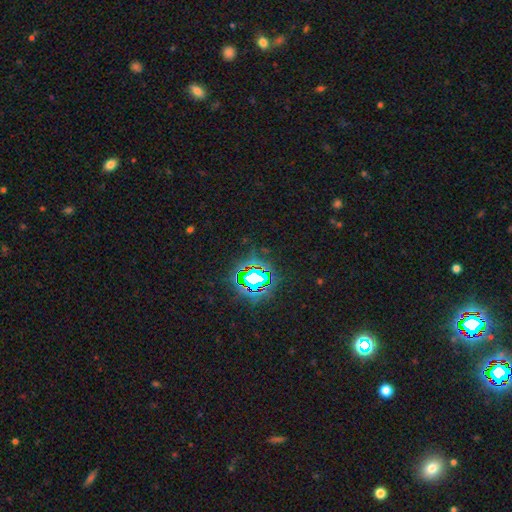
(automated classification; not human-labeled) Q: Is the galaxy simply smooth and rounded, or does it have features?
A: star or artifact — 82%.